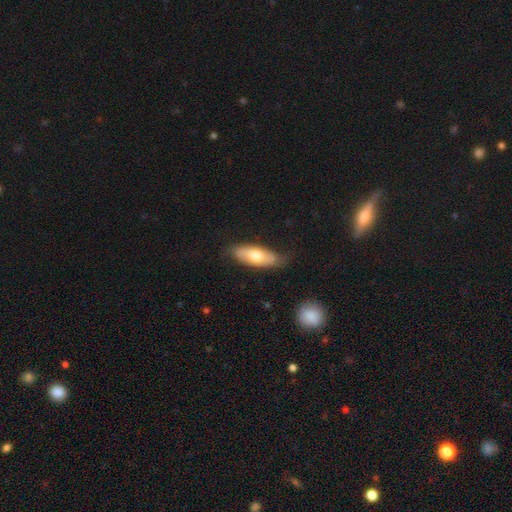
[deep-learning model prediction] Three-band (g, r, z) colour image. It shows a smooth galaxy with no disk features (62%) that is in between round and cigar-shaped (68%). Merging: none (72%).